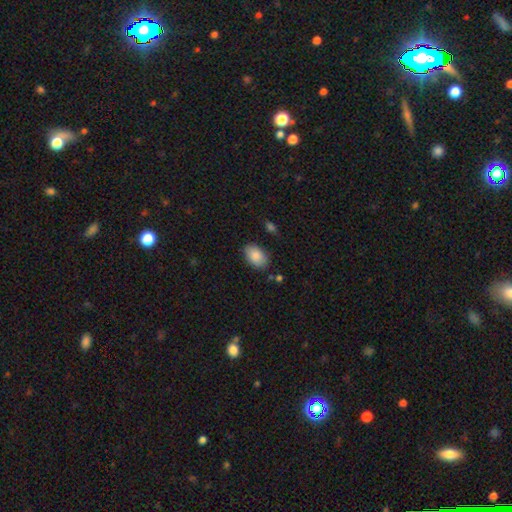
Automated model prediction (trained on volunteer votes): Smooth or featured? Predicted: smooth (p=0.87). How rounded? Predicted: in between (p=0.90). Merging? Predicted: none (p=0.81).